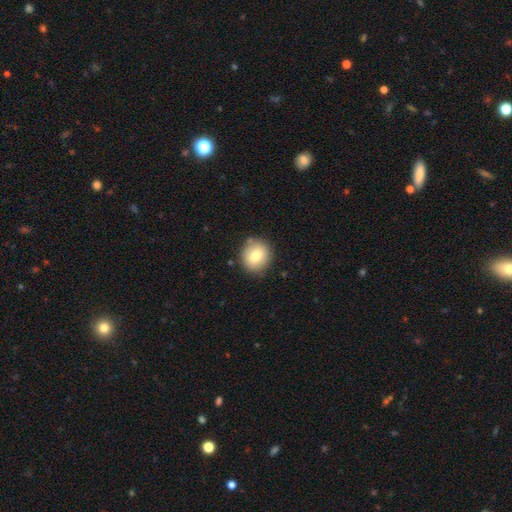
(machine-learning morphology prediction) Smooth or featured? Predicted: smooth (p=0.77). How rounded? Predicted: round (p=0.86). Merging? Predicted: none (p=0.85).